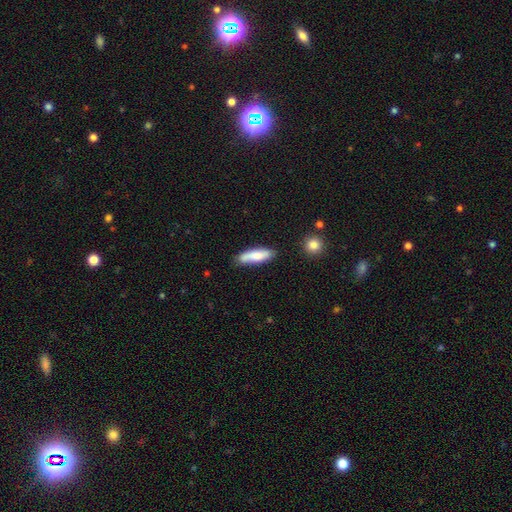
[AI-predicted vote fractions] smooth_or_featured: smooth (p=0.74) [alt: featured or disk p=0.20]
how_rounded: cigar-shaped (p=0.56) [alt: in between p=0.42]
merging: none (p=0.76) [alt: minor disturbance p=0.18]